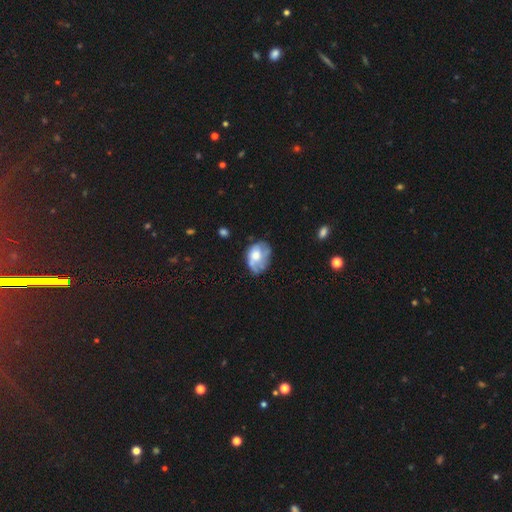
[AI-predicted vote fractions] smooth 49%, featured or disk 43%, star or artifact 8%. Down the decision tree: merging — none (43%).